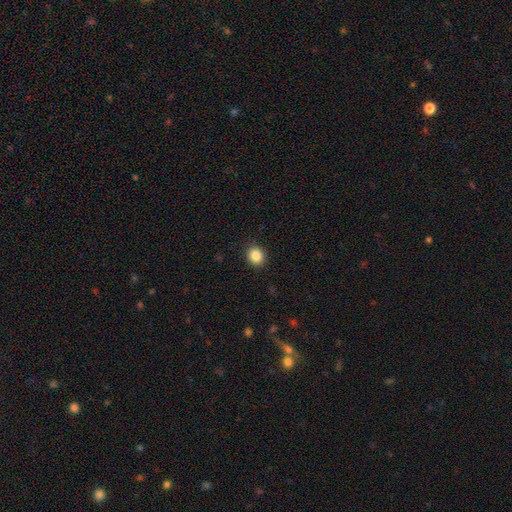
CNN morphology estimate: A smooth galaxy with no disk features (86%) that is round (82%). Merging: none (91%).